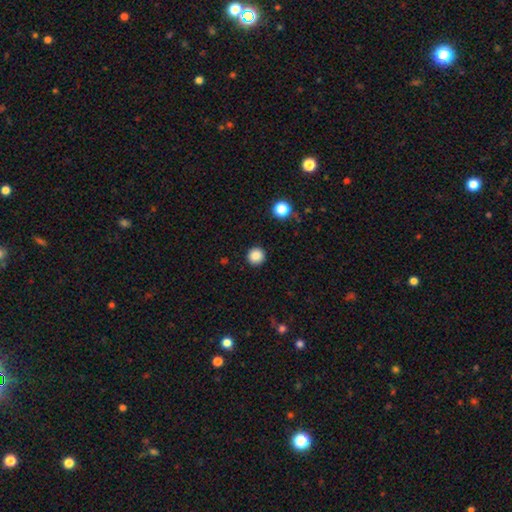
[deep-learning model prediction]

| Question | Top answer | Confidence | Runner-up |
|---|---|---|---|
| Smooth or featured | smooth | 86% | star or artifact (11%) |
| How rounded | round | 95% | in between (4%) |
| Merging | none | 92% | minor disturbance (5%) |